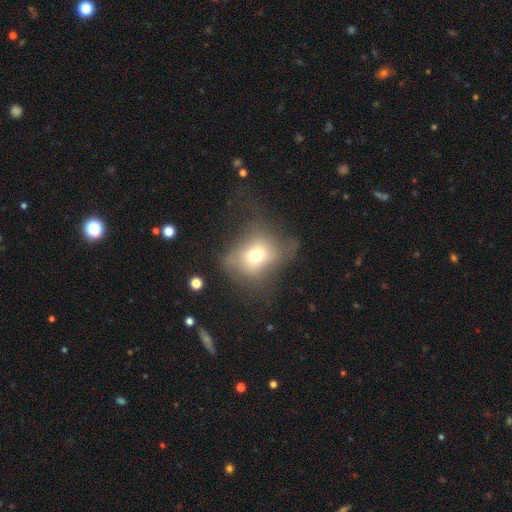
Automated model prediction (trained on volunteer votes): Smooth or featured: smooth — 63% (featured or disk — 23%)
How rounded: round — 59% (in between — 39%)
Merging: none — 40% (major disturbance — 31%)